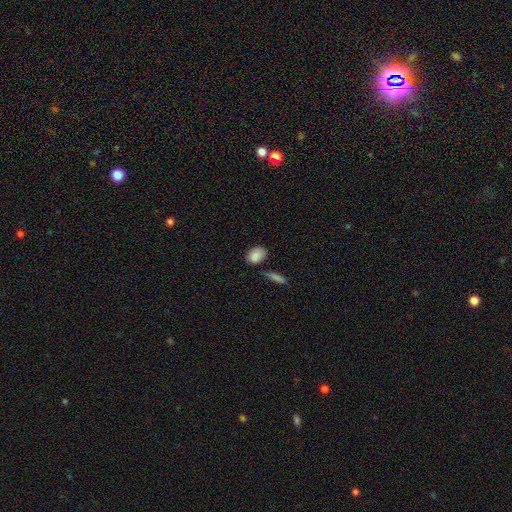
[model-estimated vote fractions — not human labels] Q: Smooth or featured?
A: smooth (87%); runner-up: star or artifact (8%)
Q: How rounded?
A: in between (78%); runner-up: round (19%)
Q: Merging?
A: none (69%); runner-up: minor disturbance (18%)